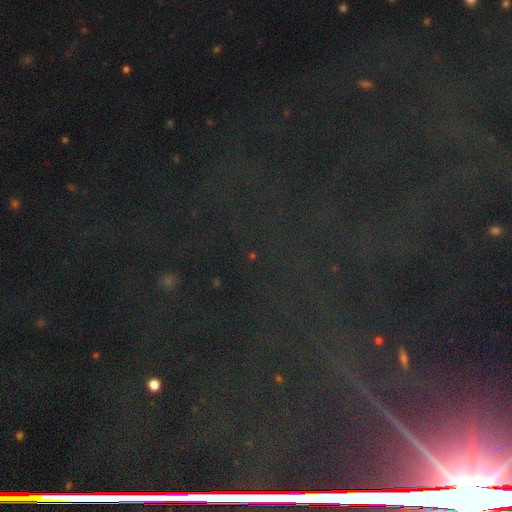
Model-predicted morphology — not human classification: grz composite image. It shows a star or artifact, not a galaxy (85%).